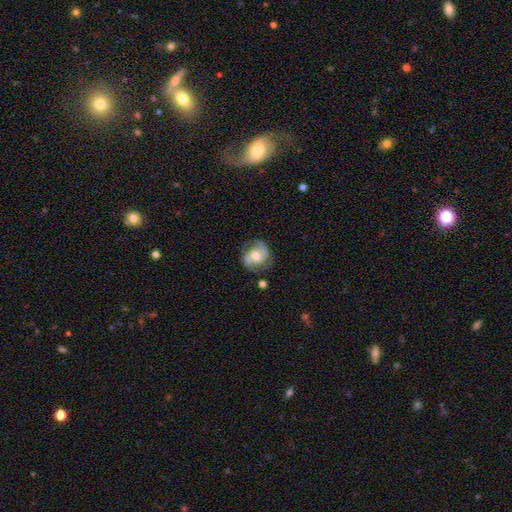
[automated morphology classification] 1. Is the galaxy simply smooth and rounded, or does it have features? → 71% featured or disk, 23% smooth, 7% star or artifact.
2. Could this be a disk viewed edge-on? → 97% no, 3% yes.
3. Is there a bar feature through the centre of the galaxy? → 50% no, 39% weak, 12% strong.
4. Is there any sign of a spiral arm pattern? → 89% yes, 11% no.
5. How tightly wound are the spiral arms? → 46% medium, 32% tight, 22% loose.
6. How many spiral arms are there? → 79% 2, 9% can't tell, 6% 1, 3% 3, 1% 4, 1% more than 4.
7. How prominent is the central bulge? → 71% moderate, 15% small, 11% large, 2% none, 1% dominant.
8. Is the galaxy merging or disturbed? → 66% none, 22% minor disturbance, 9% major disturbance, 3% merger.